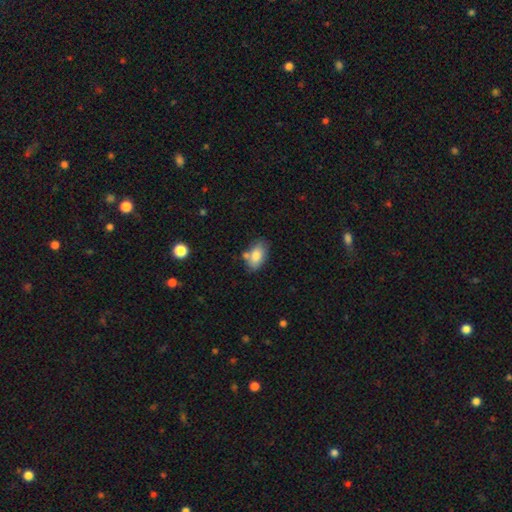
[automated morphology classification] The model was most divided on "merging": none: 66%, minor disturbance: 18%, merger: 12%, major disturbance: 4%. More confident: how rounded — in between (91%); smooth or featured — smooth (80%).